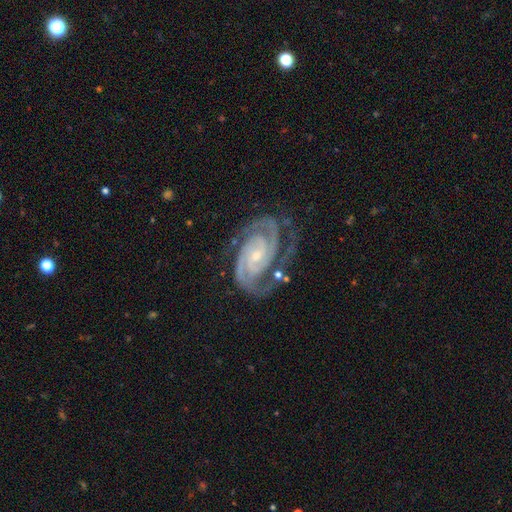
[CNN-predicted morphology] Smooth or featured? Predicted: featured or disk (p=0.93). Edge-on disk? Predicted: no (p=0.98). Bar? Predicted: no (p=0.53). Spiral arms? Predicted: yes (p=0.99). Spiral winding? Predicted: tight (p=0.74). Spiral arm count? Predicted: 2 (p=0.80). Bulge size? Predicted: small (p=0.68). Merging? Predicted: none (p=0.72).